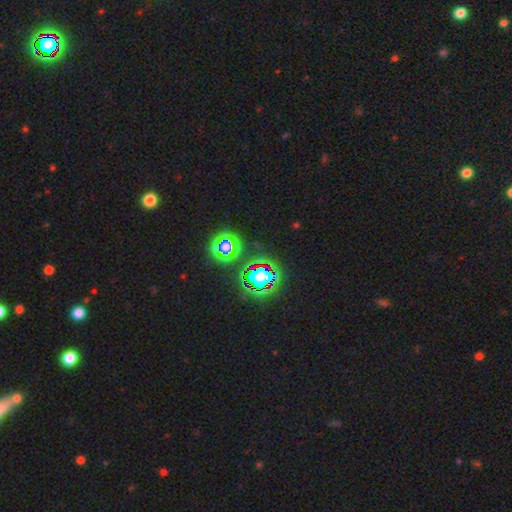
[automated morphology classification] Smooth or featured? star or artifact (78%)